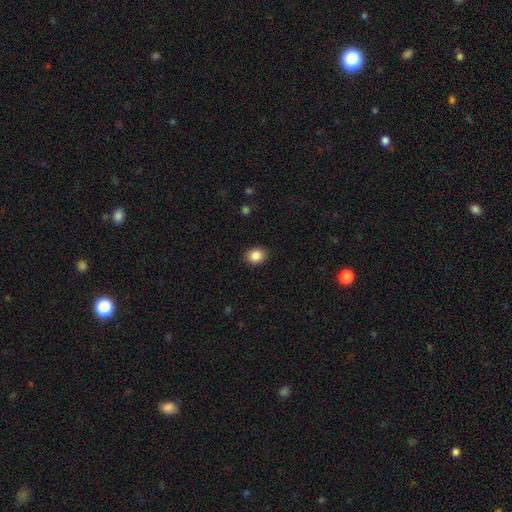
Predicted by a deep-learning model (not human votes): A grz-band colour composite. It shows a smooth galaxy with no disk features (86%) that is in between round and cigar-shaped (57%). Merging: none (89%).